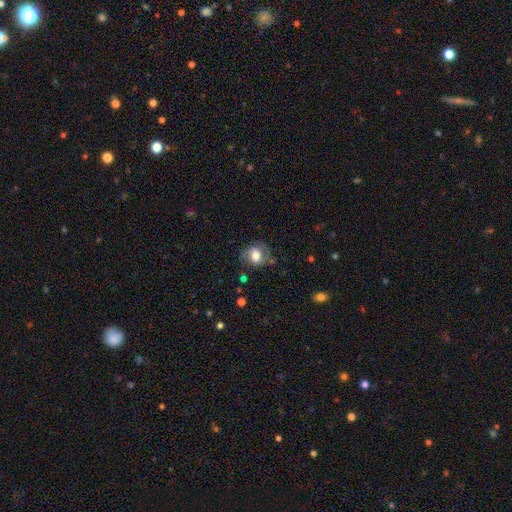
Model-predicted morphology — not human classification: Smooth or featured?
  - smooth: 62% *
  - featured or disk: 29%
  - star or artifact: 8%
How rounded?
  - round: 58% *
  - in between: 41%
  - cigar-shaped: 1%
Merging?
  - none: 64% *
  - minor disturbance: 23%
  - major disturbance: 11%
  - merger: 2%